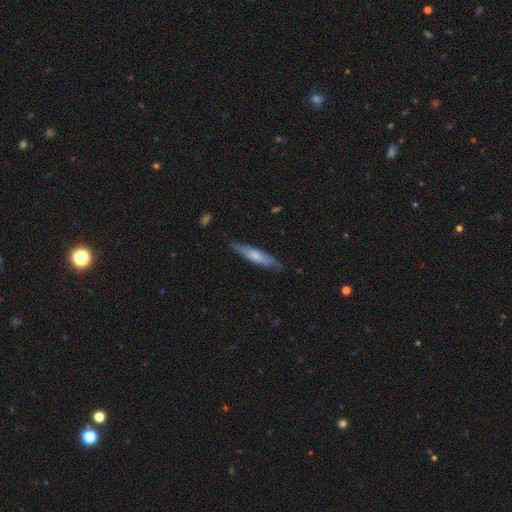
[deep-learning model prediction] This appears to be a smooth galaxy with no disk features (52%) that is cigar-shaped (83%). Merging: none (77%).